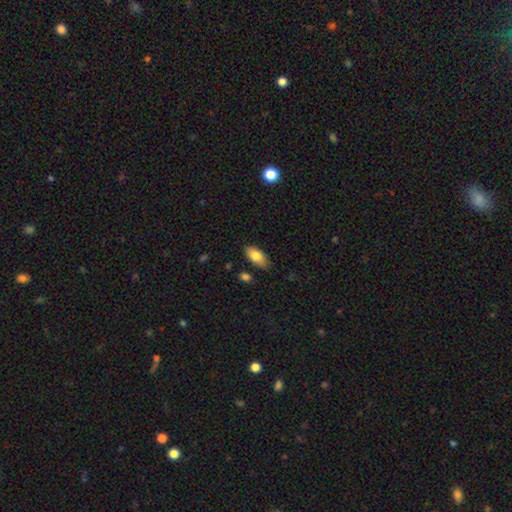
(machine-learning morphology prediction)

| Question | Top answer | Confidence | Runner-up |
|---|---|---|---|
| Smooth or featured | smooth | 80% | featured or disk (13%) |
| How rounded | in between | 91% | cigar-shaped (6%) |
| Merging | none | 81% | minor disturbance (14%) |